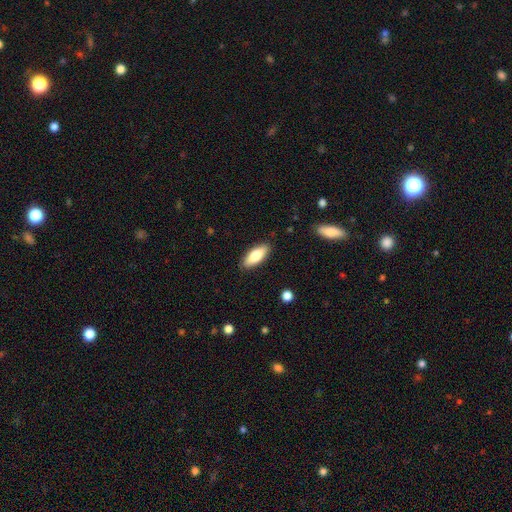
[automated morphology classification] A smooth galaxy with no disk features (78%) that is in between round and cigar-shaped (75%). Merging: none (88%).